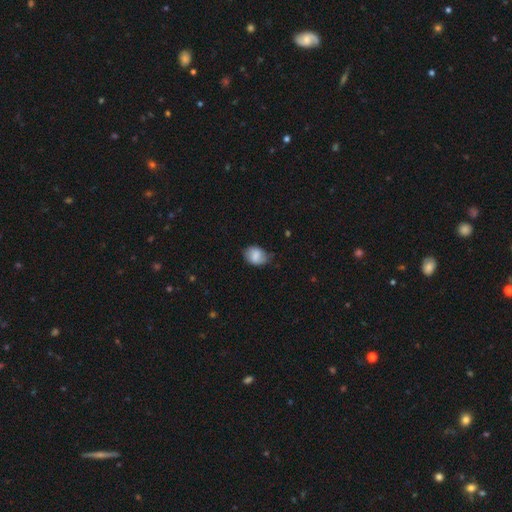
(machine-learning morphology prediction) smooth_or_featured: smooth (p=0.77) [alt: featured or disk p=0.15]
how_rounded: in between (p=0.64) [alt: round p=0.35]
merging: none (p=0.61) [alt: minor disturbance p=0.30]